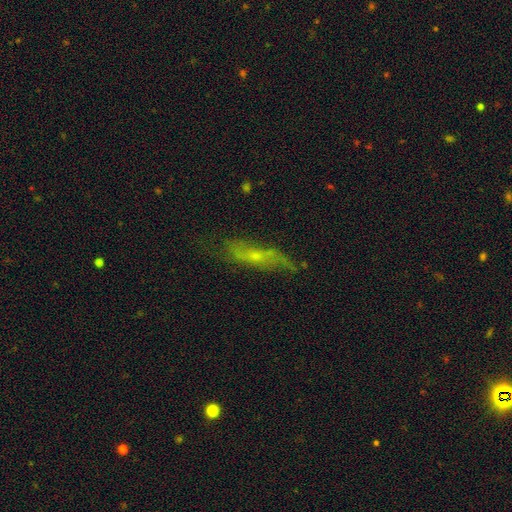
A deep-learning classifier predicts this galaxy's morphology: Q: Smooth or featured?
A: featured or disk (56%); runner-up: smooth (34%)
Q: Edge-on disk?
A: no (62%); runner-up: yes (38%)
Q: Merging?
A: none (56%); runner-up: minor disturbance (27%)